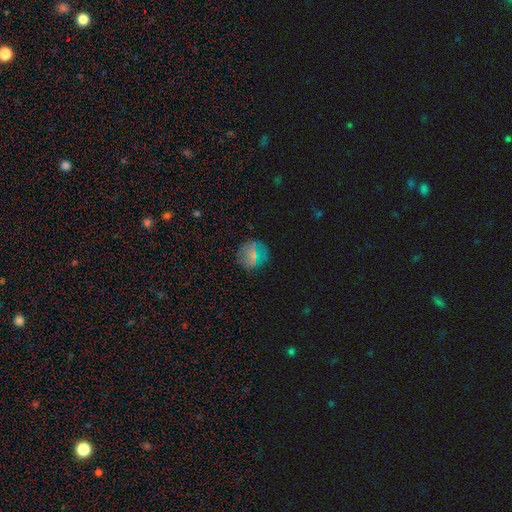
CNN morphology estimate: Overall: smooth (52%; featured or disk 28%). How rounded: round (83%). Merging: none (78%).